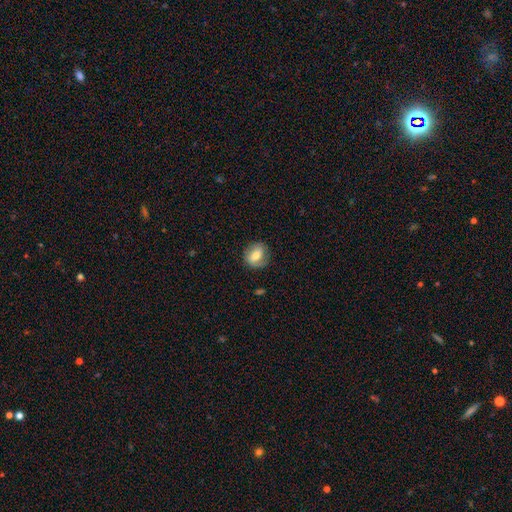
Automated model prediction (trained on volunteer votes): Smooth or featured? smooth (59%)
How rounded? round (65%)
Merging? none (77%)